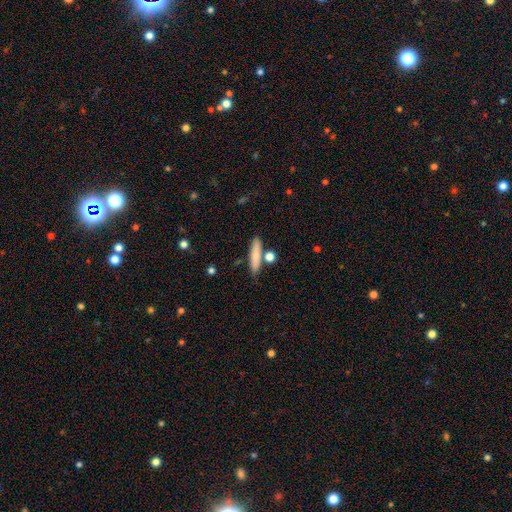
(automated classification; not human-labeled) The model was most divided on "smooth or featured": smooth: 78%, featured or disk: 15%, star or artifact: 6%. More confident: how rounded — cigar-shaped (81%); merging — none (78%).